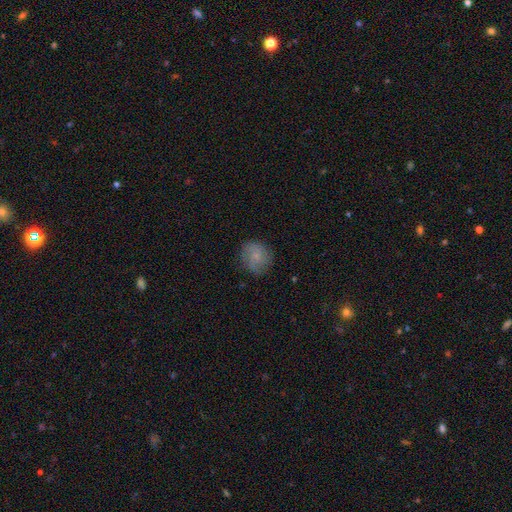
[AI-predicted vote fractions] Overall: smooth (59%; featured or disk 31%). How rounded: round (81%). Merging: none (75%).